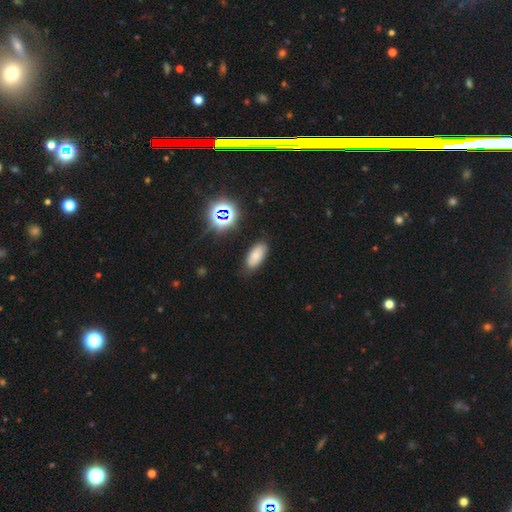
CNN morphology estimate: A smooth galaxy with no disk features (76%) that is in between round and cigar-shaped (89%).

Vote fractions:
- Smooth or featured? smooth: 76% / star or artifact: 15% / featured or disk: 9%
- How rounded? in between: 89% / cigar-shaped: 8% / round: 3%
- Merging? none: 81% / minor disturbance: 14% / major disturbance: 3% / merger: 2%